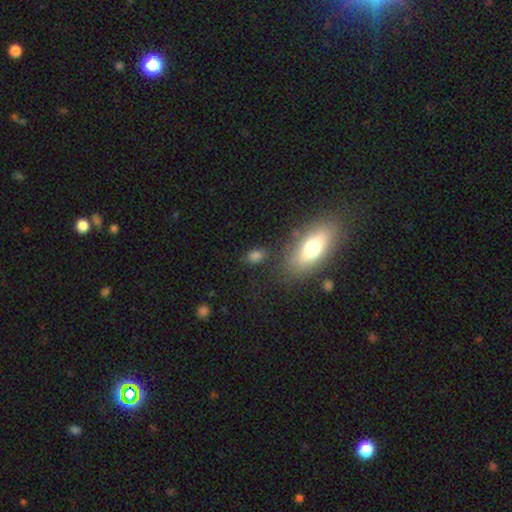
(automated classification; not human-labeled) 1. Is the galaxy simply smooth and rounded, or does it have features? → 76% smooth, 13% star or artifact, 11% featured or disk.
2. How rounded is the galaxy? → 75% in between, 19% round, 5% cigar-shaped.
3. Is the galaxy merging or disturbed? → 72% none, 15% minor disturbance, 7% merger, 6% major disturbance.